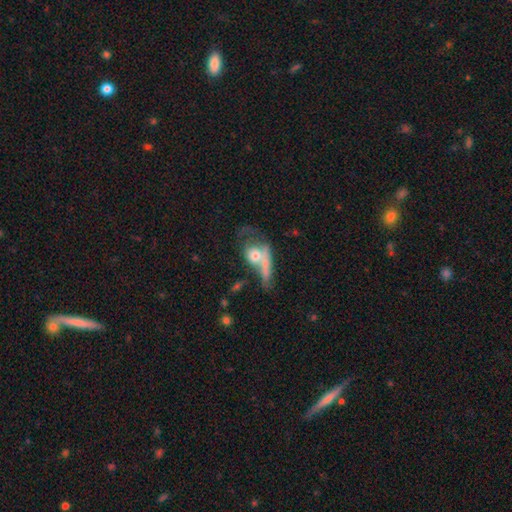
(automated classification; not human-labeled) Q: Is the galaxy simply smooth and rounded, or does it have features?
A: smooth — 56%.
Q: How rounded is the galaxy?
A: in between — 49%.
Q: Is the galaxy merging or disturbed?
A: merger — 45%.